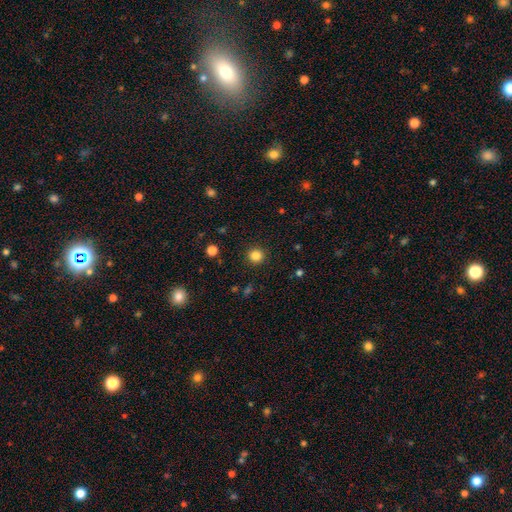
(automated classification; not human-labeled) This is clearly a smooth galaxy (84%). How rounded: clearly round (93%). Merging: clearly none (92%).